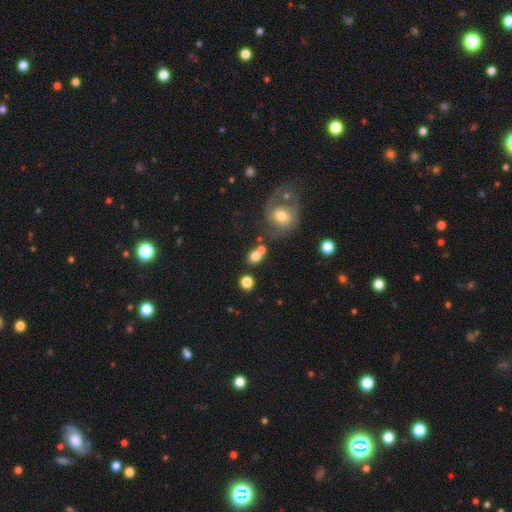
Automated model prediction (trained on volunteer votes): A smooth galaxy with no disk features (74%) that is round (58%). Merging: none (47%).